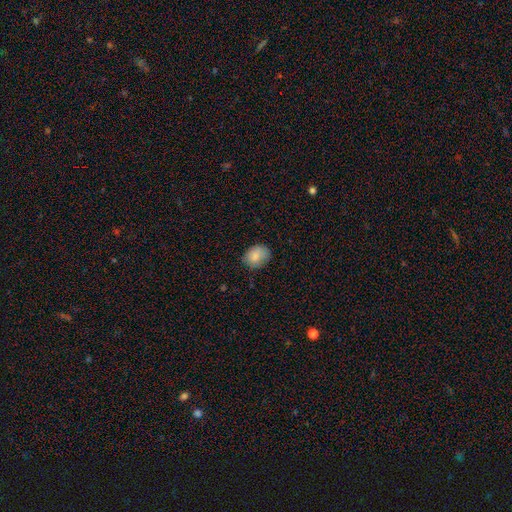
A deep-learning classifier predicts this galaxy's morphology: The model was most divided on "how rounded": in between: 57%, round: 42%, cigar-shaped: 1%. More confident: smooth or featured — smooth (85%); merging — none (74%).